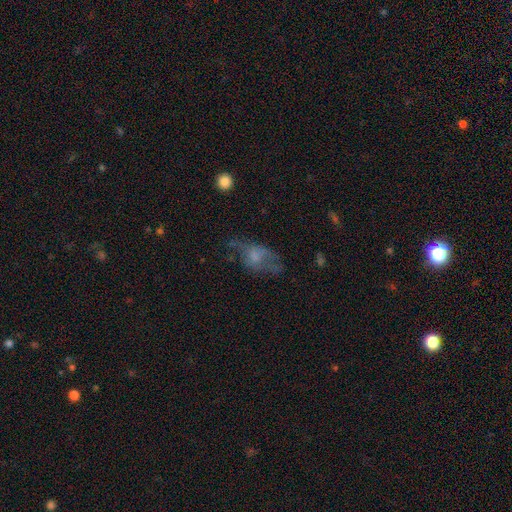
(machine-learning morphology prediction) smooth 45%, featured or disk 41%, star or artifact 14%. Down the decision tree: merging — major disturbance (38%).